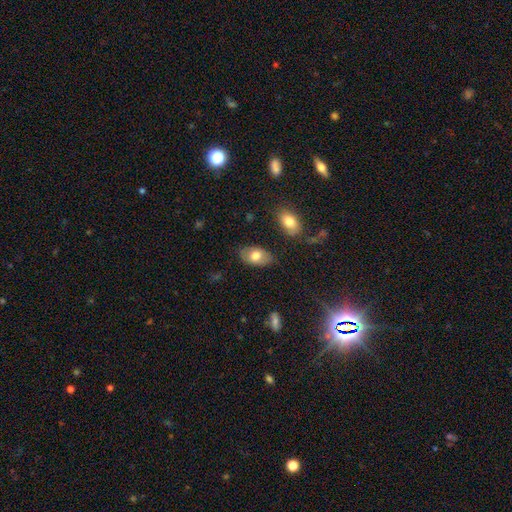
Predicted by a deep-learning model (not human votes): smooth 74%, featured or disk 19%, star or artifact 7%. Down the decision tree: how rounded — in between (92%); merging — none (81%).